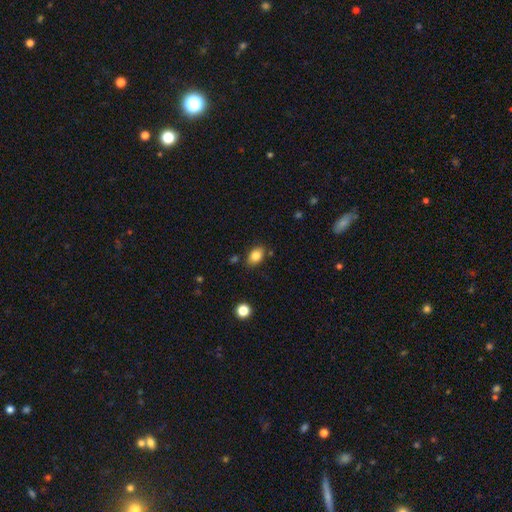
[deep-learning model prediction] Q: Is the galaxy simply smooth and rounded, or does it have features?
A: smooth — 83%.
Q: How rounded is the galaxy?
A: in between — 80%.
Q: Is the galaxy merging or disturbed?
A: none — 80%.